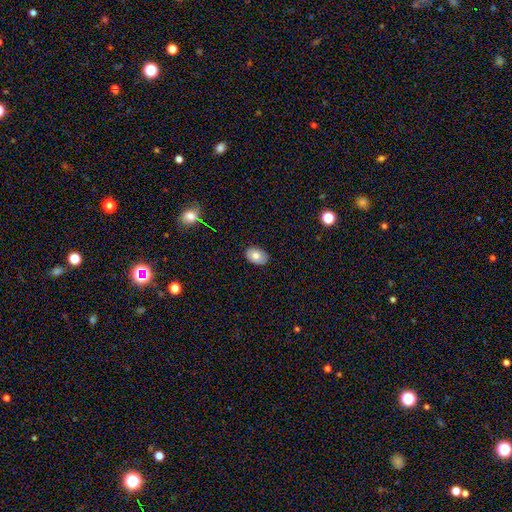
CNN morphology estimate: Q: Smooth or featured?
A: smooth (77%); runner-up: featured or disk (14%)
Q: How rounded?
A: in between (84%); runner-up: round (15%)
Q: Merging?
A: none (83%); runner-up: minor disturbance (14%)